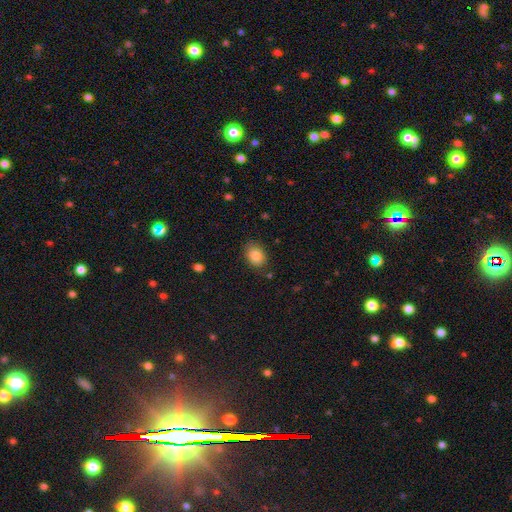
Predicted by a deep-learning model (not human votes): Smooth or featured: smooth — 86% (star or artifact — 9%)
How rounded: in between — 64% (round — 35%)
Merging: none — 81% (minor disturbance — 14%)